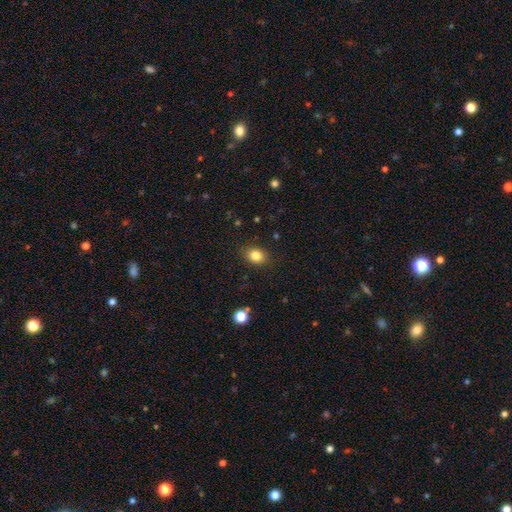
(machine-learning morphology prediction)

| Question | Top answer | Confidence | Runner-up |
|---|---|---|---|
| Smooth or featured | smooth | 83% | star or artifact (11%) |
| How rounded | in between | 52% | round (47%) |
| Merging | none | 87% | minor disturbance (9%) |